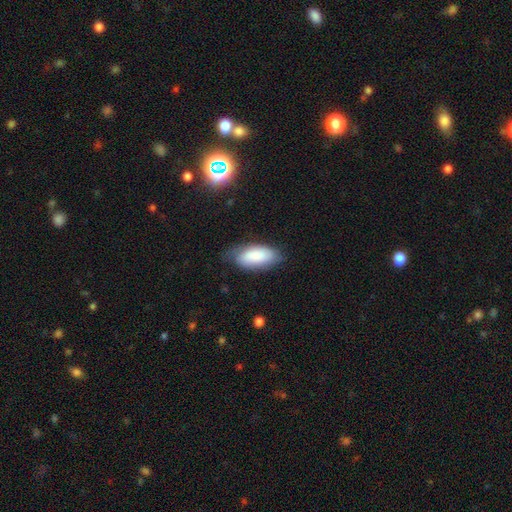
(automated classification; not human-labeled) smooth 80%, featured or disk 14%, star or artifact 7%. Down the decision tree: how rounded — in between (91%); merging — none (64%).